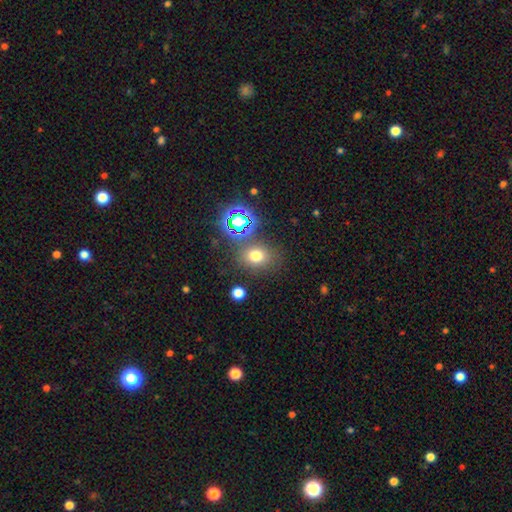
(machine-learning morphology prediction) Overall: smooth (67%). How rounded: round (51%; in between 47%). Merging: none (73%).